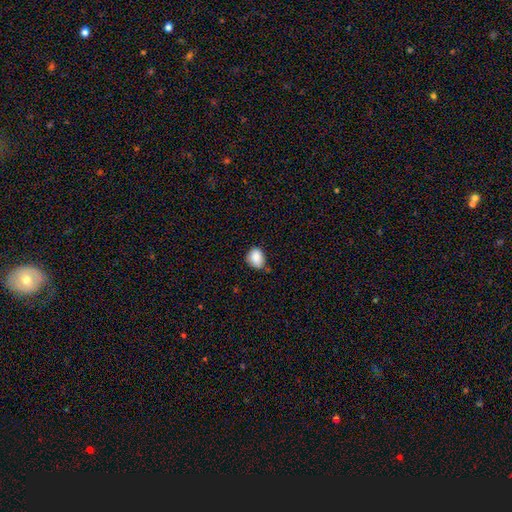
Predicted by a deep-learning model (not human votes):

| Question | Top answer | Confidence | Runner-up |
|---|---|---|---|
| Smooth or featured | smooth | 86% | star or artifact (9%) |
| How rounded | in between | 50% | round (49%) |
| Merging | none | 62% | minor disturbance (30%) |